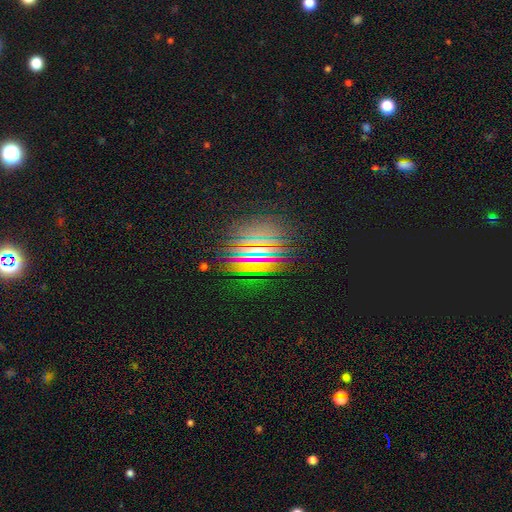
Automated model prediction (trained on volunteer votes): Smooth or featured?
  - star or artifact: 68% *
  - smooth: 17%
  - featured or disk: 15%